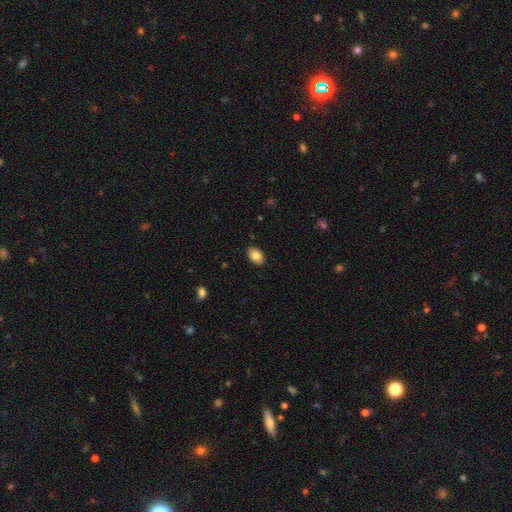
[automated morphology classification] Q: Smooth or featured?
A: smooth (85%); runner-up: star or artifact (8%)
Q: How rounded?
A: in between (85%); runner-up: round (14%)
Q: Merging?
A: none (89%); runner-up: minor disturbance (8%)